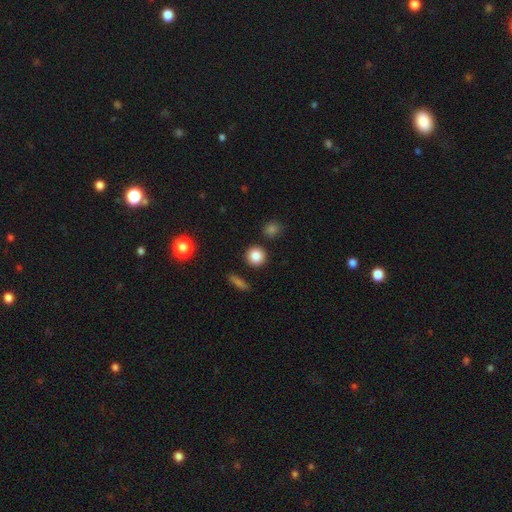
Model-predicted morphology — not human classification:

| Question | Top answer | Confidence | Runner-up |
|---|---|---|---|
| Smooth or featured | smooth | 85% | star or artifact (10%) |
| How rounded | round | 91% | in between (8%) |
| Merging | none | 89% | minor disturbance (6%) |